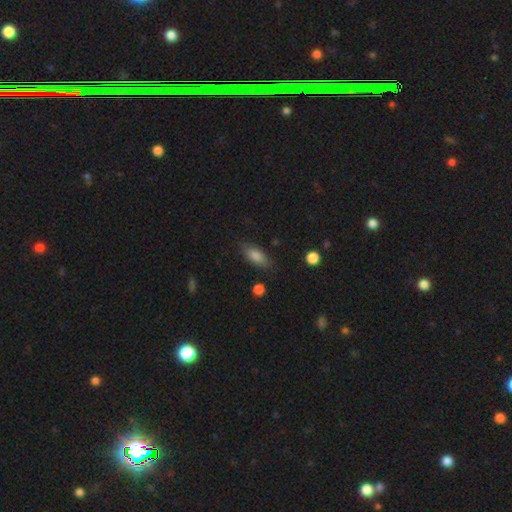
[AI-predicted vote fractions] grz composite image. It shows a smooth galaxy with no disk features (81%) that is in between round and cigar-shaped (78%). Merging: none (80%).